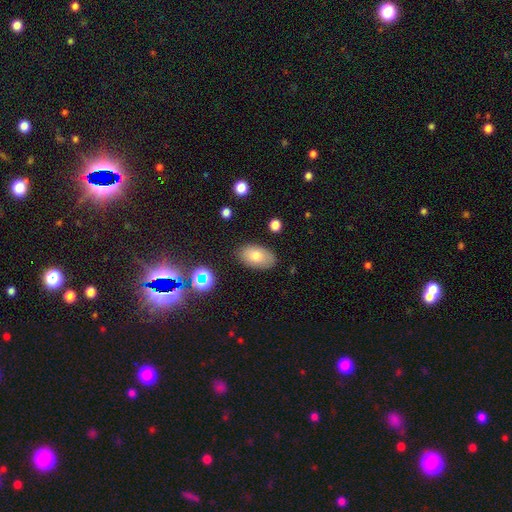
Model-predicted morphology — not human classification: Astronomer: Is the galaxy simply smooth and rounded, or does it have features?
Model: smooth — 73%.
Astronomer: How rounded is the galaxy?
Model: in between — 92%.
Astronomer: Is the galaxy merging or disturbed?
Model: none — 84%.